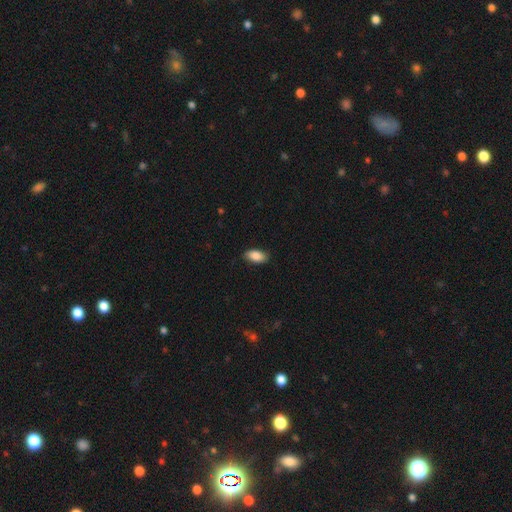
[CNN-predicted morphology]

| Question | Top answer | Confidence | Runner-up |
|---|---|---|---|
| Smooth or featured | smooth | 87% | star or artifact (7%) |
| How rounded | in between | 93% | cigar-shaped (4%) |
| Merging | none | 85% | minor disturbance (12%) |